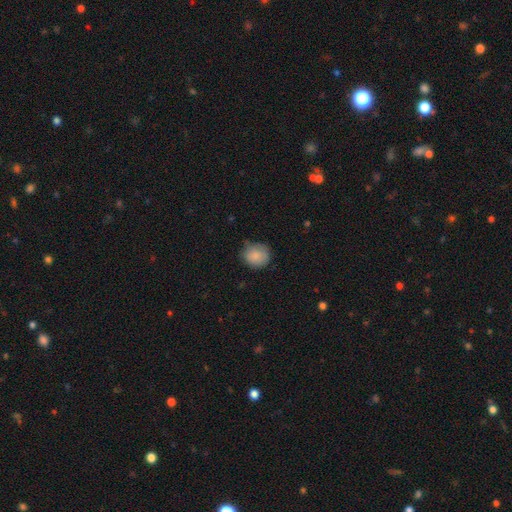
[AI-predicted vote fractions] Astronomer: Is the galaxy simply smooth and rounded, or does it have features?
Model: smooth — 86%.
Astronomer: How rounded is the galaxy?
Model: round — 79%.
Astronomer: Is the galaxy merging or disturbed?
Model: none — 69%.